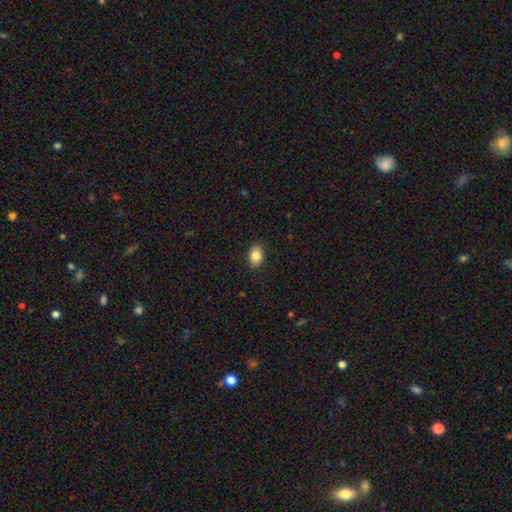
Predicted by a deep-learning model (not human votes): A smooth galaxy with no disk features (83%) that is in between round and cigar-shaped (77%). Merging: none (88%).